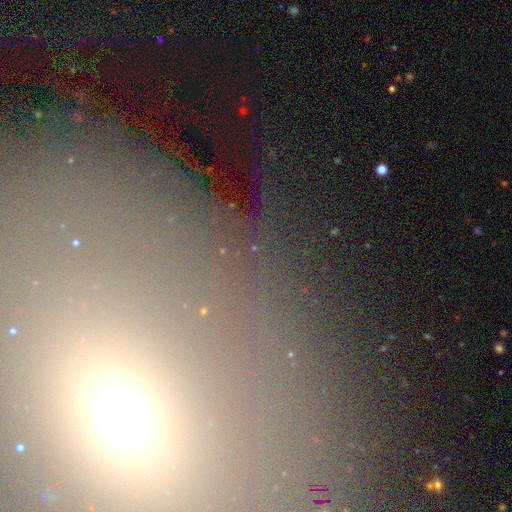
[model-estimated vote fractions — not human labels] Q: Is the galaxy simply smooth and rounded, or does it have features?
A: star or artifact — 54%.